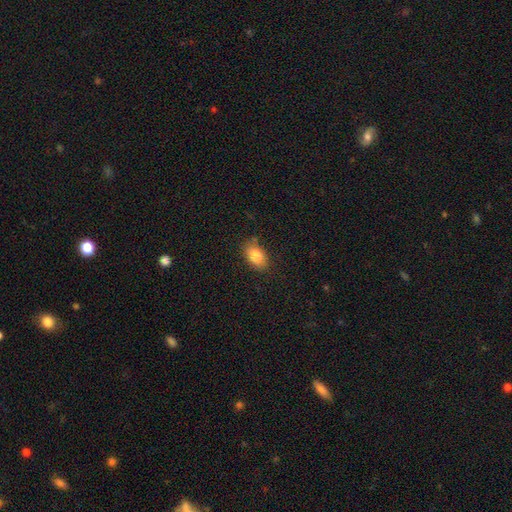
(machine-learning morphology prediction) Overall: smooth (85%). How rounded: in between (88%). Merging: none (77%).